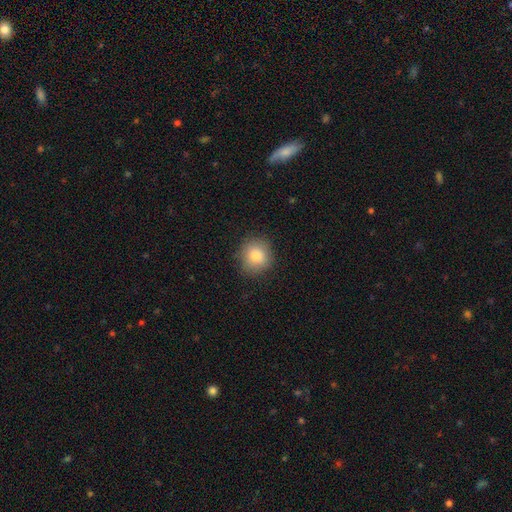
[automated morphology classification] Smooth or featured? Predicted: smooth (p=0.83). How rounded? Predicted: round (p=0.88). Merging? Predicted: none (p=0.87).